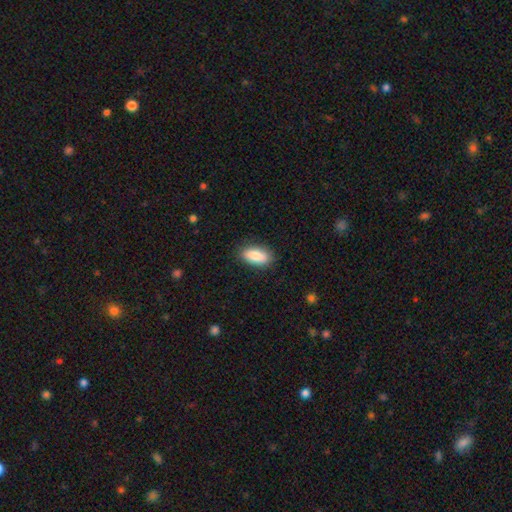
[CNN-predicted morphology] A smooth galaxy with no disk features (88%) that is in between round and cigar-shaped (88%).

Vote fractions:
- Smooth or featured? smooth: 88% / star or artifact: 6% / featured or disk: 6%
- How rounded? in between: 88% / cigar-shaped: 9% / round: 3%
- Merging? none: 87% / minor disturbance: 10% / major disturbance: 2% / merger: 1%